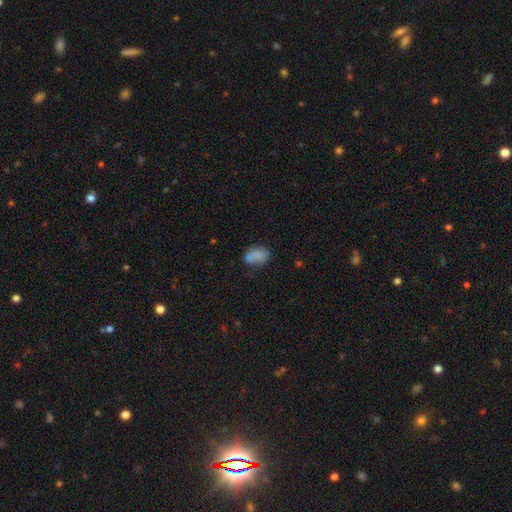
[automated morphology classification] Smooth or featured: smooth — 76% (featured or disk — 14%)
How rounded: in between — 76% (round — 23%)
Merging: none — 47% (minor disturbance — 22%)